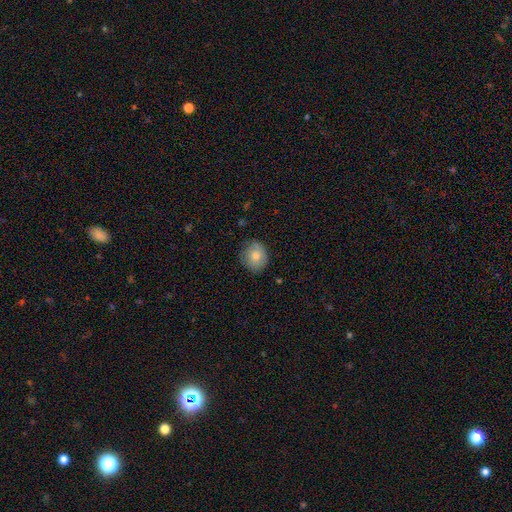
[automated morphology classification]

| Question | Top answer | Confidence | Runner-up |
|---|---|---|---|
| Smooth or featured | smooth | 77% | featured or disk (15%) |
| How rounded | round | 72% | in between (27%) |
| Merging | none | 76% | minor disturbance (20%) |